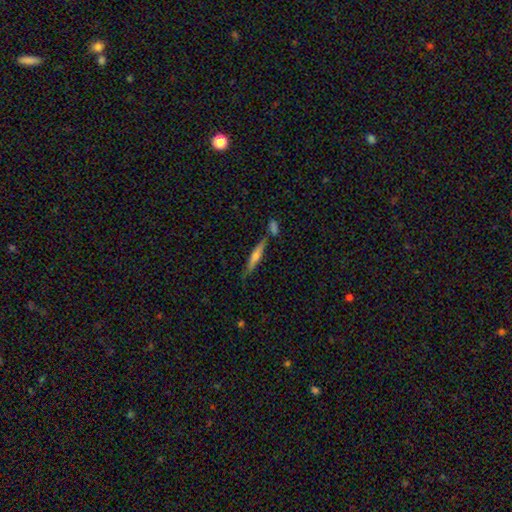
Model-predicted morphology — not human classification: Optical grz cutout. It shows a featured or disk galaxy (50%). Merging: none (70%).